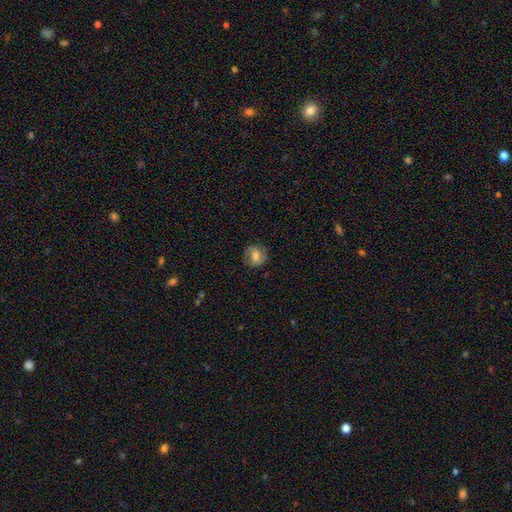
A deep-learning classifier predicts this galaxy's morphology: Smooth or featured? smooth (50%)
How rounded? round (82%)
Merging? none (82%)